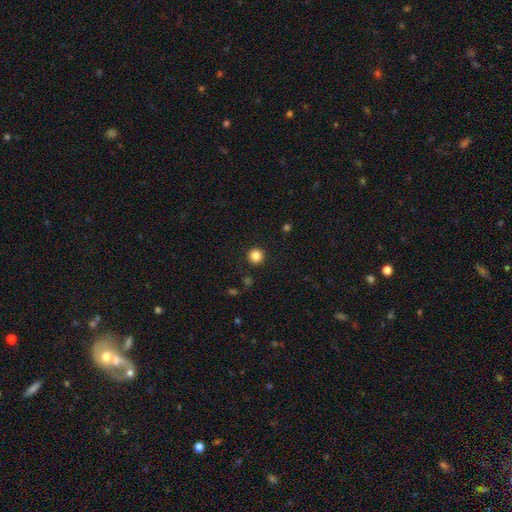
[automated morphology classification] smooth-or-featured: smooth: 85% | star or artifact: 11% | featured or disk: 4%
  how-rounded: round: 96% | in between: 3% | cigar-shaped: 1%
  merging: none: 93% | minor disturbance: 4% | major disturbance: 2% | merger: 1%